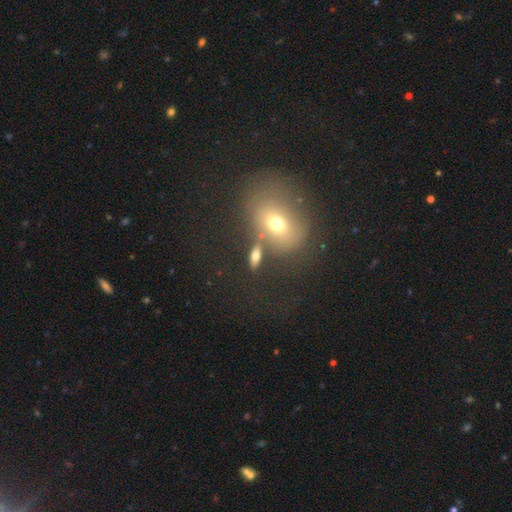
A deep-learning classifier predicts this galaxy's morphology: This appears to be a smooth galaxy with no disk features (64%) that is in between round and cigar-shaped (61%). Merging: none (74%).